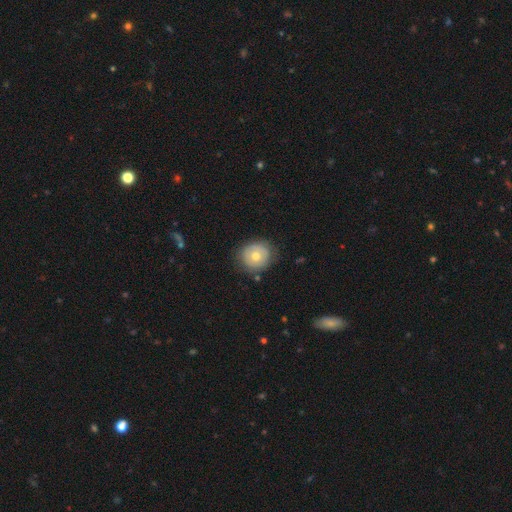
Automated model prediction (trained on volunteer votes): smooth-or-featured: smooth: 60% | featured or disk: 32% | star or artifact: 8%
  how-rounded: round: 87% | in between: 12% | cigar-shaped: 1%
  merging: none: 81% | minor disturbance: 14% | major disturbance: 4% | merger: 2%